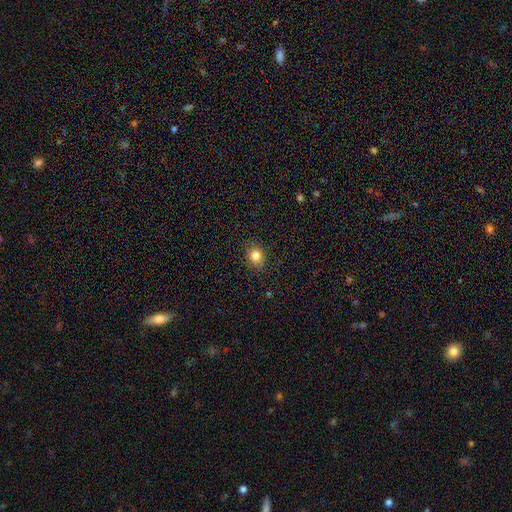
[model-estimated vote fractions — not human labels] The model was most divided on "how rounded": round: 71%, in between: 28%, cigar-shaped: 1%. More confident: merging — none (88%); smooth or featured — smooth (83%).